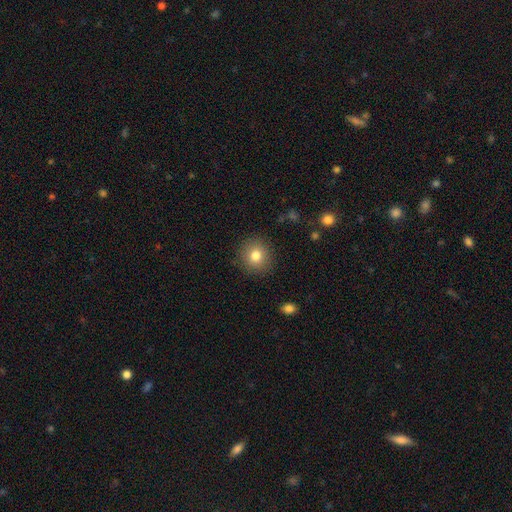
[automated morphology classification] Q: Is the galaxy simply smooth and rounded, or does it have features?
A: smooth — 80%.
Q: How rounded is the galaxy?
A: round — 90%.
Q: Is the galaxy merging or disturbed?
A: none — 89%.